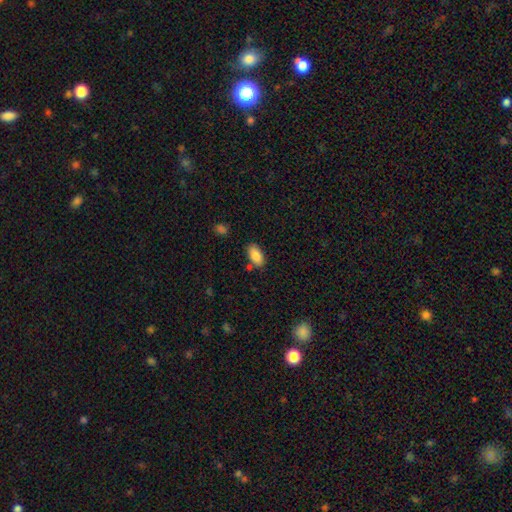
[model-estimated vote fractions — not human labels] smooth-or-featured: smooth: 88% | star or artifact: 7% | featured or disk: 5%
  how-rounded: in between: 93% | cigar-shaped: 4% | round: 3%
  merging: none: 79% | minor disturbance: 13% | merger: 5% | major disturbance: 3%